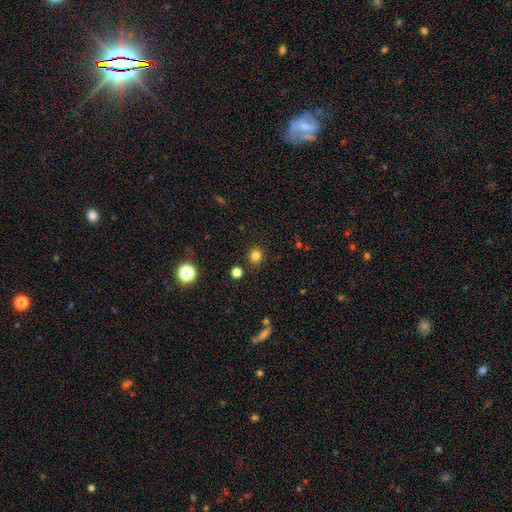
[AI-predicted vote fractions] smooth 80%, star or artifact 15%, featured or disk 5%. Down the decision tree: how rounded — round (88%); merging — none (88%).